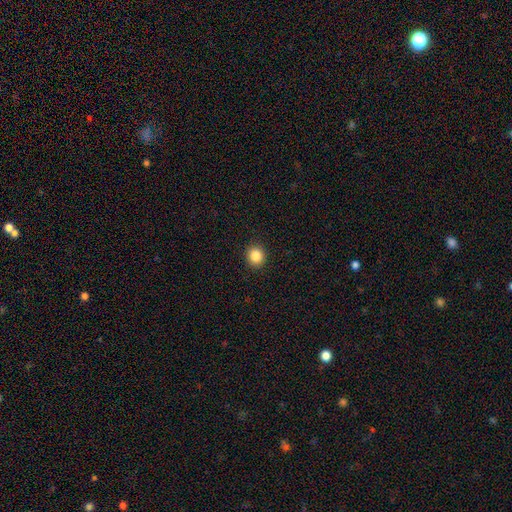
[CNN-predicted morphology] The model was most divided on "how rounded": round: 86%, in between: 13%, cigar-shaped: 1%. More confident: merging — none (93%); smooth or featured — smooth (85%).